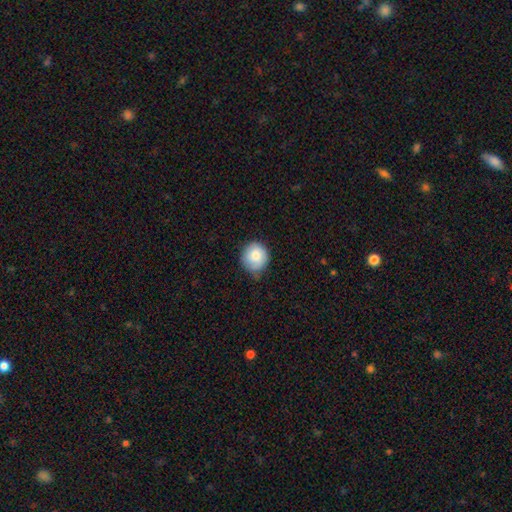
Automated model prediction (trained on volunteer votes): smooth-or-featured: smooth: 81% | featured or disk: 12% | star or artifact: 8%
  how-rounded: round: 88% | in between: 11% | cigar-shaped: 1%
  merging: none: 65% | minor disturbance: 29% | major disturbance: 4% | merger: 2%